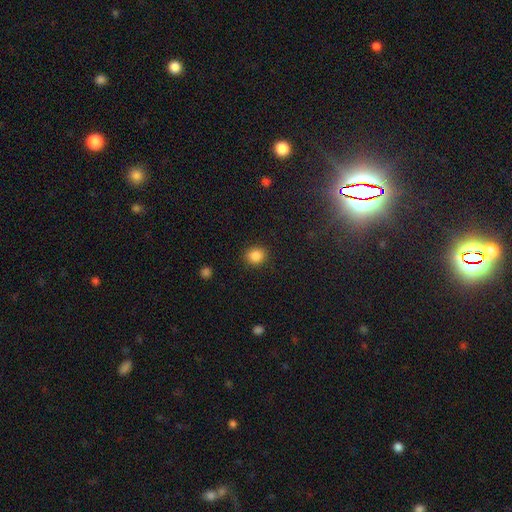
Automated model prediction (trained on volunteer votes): Smooth or featured?
  - smooth: 86% *
  - star or artifact: 10%
  - featured or disk: 4%
How rounded?
  - round: 74% *
  - in between: 25%
  - cigar-shaped: 1%
Merging?
  - none: 90% *
  - minor disturbance: 7%
  - major disturbance: 2%
  - merger: 1%